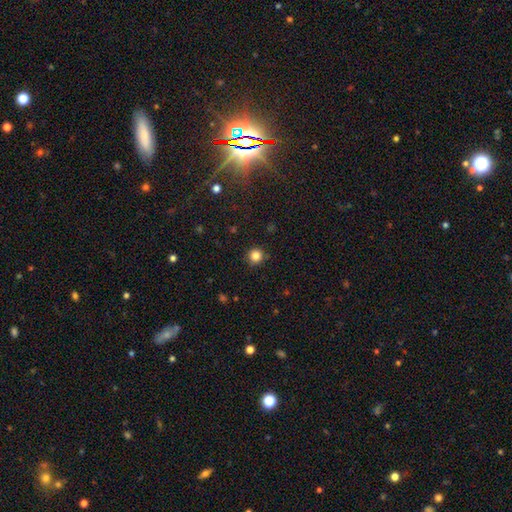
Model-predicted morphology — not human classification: Smooth or featured: smooth — 84% (star or artifact — 12%)
How rounded: round — 94% (in between — 5%)
Merging: none — 90% (minor disturbance — 7%)